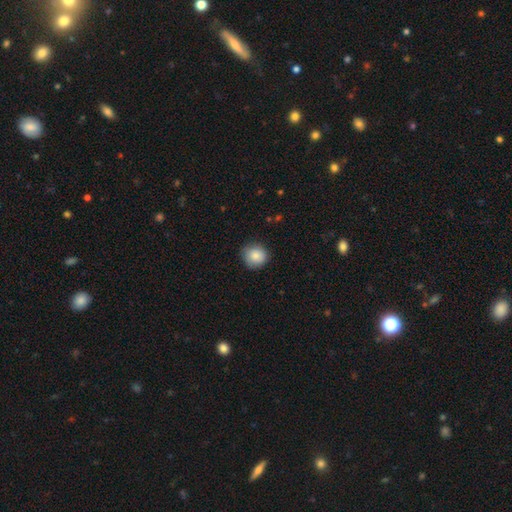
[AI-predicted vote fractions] Morphology: type=smooth (85%); roundness=round (89%); merging=none (83%).